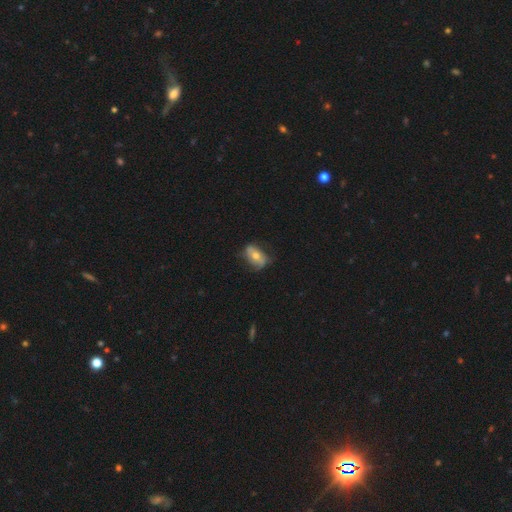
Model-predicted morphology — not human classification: Smooth or featured: smooth — 54% (featured or disk — 38%)
How rounded: in between — 86% (round — 10%)
Merging: none — 60% (minor disturbance — 29%)